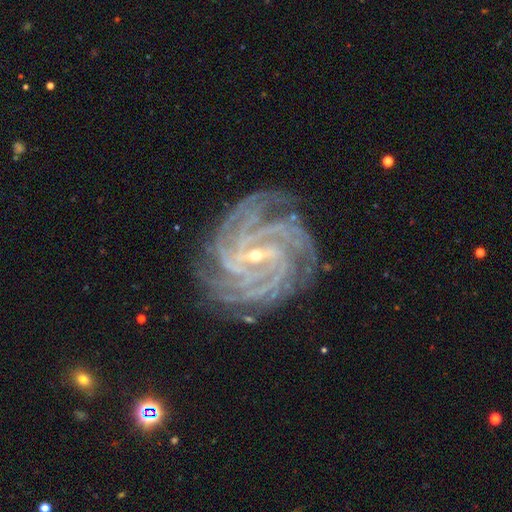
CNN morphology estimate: smooth-or-featured: featured or disk: 93% | star or artifact: 5% | smooth: 3%
  disk-edge-on: no: 98% | yes: 2%
    bar: weak: 43% | strong: 40% | no: 17%
    has-spiral-arms: yes: 99% | no: 1%
      spiral-winding: tight: 77% | medium: 20% | loose: 3%
      spiral-arm-count: more than 4: 35% | 4: 31% | can't tell: 10% | 3: 10% | 2: 7% | 1: 7%
    bulge-size: small: 77% | moderate: 19% | none: 1% | large: 1% | dominant: 1%
  merging: none: 80% | minor disturbance: 14% | major disturbance: 4% | merger: 1%